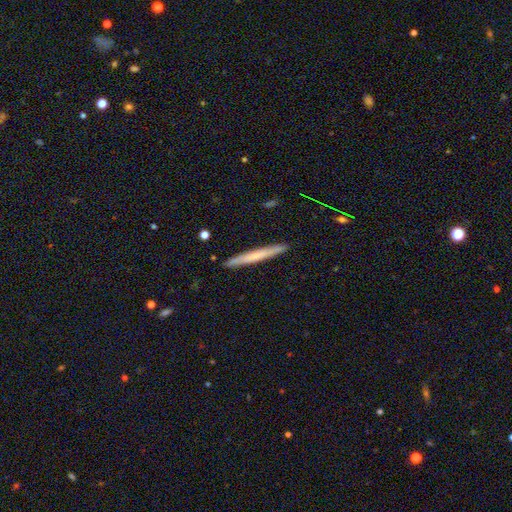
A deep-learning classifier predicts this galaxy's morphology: The model was most divided on "smooth or featured": smooth: 57%, featured or disk: 37%, star or artifact: 6%. More confident: how rounded — cigar-shaped (97%); merging — none (92%).